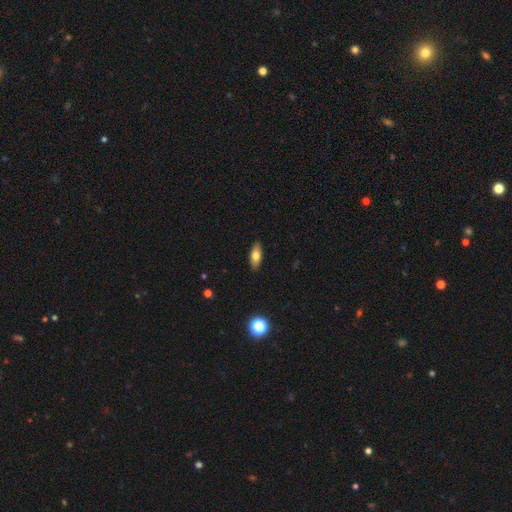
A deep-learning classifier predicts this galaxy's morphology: smooth_or_featured: smooth (p=0.73) [alt: featured or disk p=0.20]
how_rounded: in between (p=0.76) [alt: cigar-shaped p=0.21]
merging: none (p=0.89) [alt: minor disturbance p=0.08]